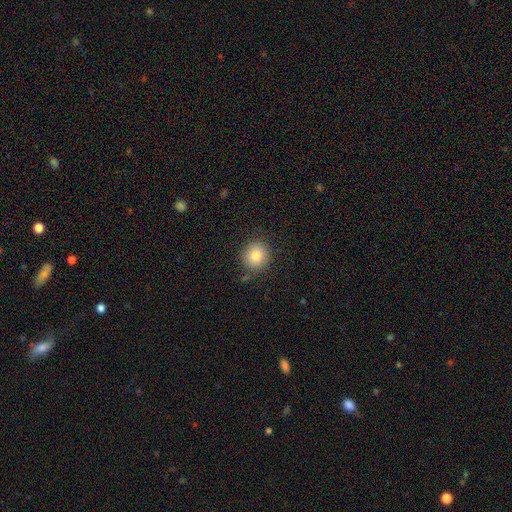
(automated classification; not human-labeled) This appears to be a smooth galaxy with no disk features (81%) that is round (90%). Merging: none (86%).